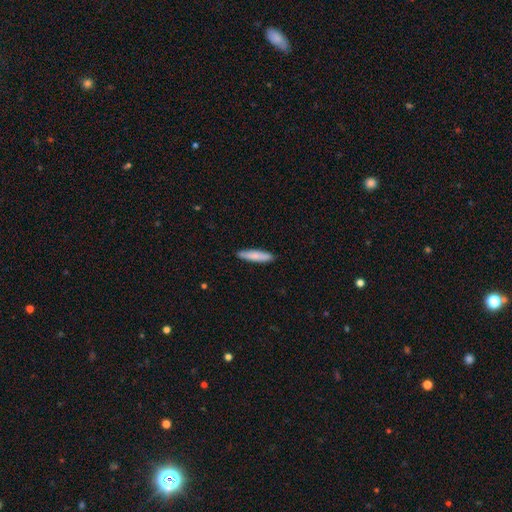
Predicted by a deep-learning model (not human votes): A smooth galaxy with no disk features (80%) that is cigar-shaped (82%). Merging: none (89%).